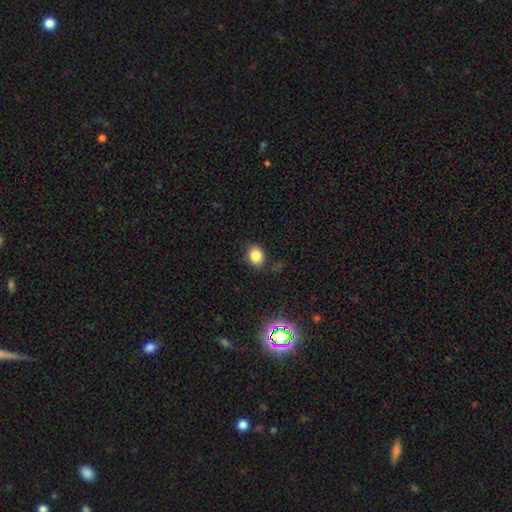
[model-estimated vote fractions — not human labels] This appears to be a smooth galaxy with no disk features (83%) that is round (50%). Merging: none (82%).